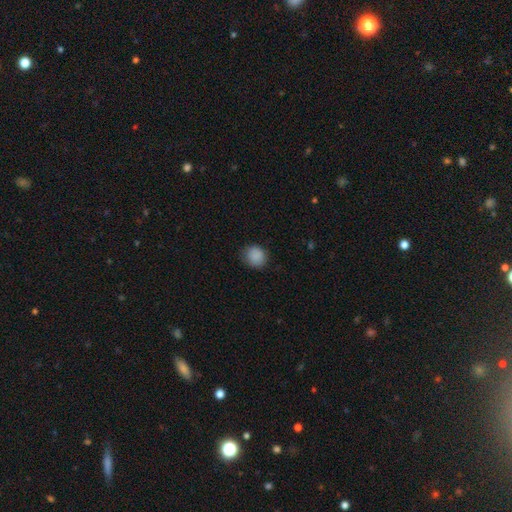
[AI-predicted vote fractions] Smooth or featured? smooth (88%)
How rounded? round (82%)
Merging? none (79%)